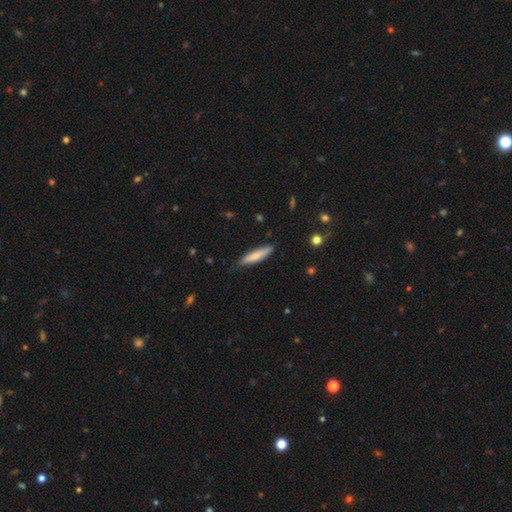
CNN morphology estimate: Smooth or featured?
  - smooth: 75% *
  - featured or disk: 20%
  - star or artifact: 5%
How rounded?
  - cigar-shaped: 81% *
  - in between: 18%
  - round: 1%
Merging?
  - none: 81% *
  - minor disturbance: 16%
  - major disturbance: 2%
  - merger: 1%